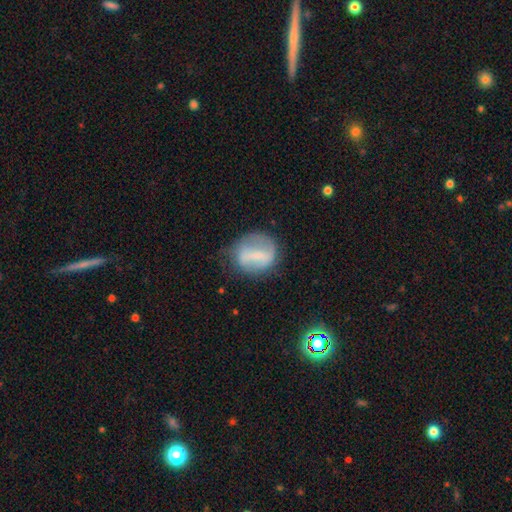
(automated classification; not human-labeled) Smooth or featured? Predicted: featured or disk (p=0.48). Merging? Predicted: none (p=0.61).